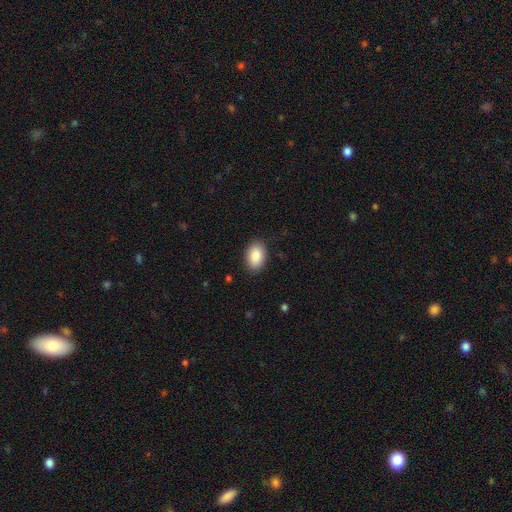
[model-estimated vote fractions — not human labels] A smooth galaxy with no disk features (87%) that is in between round and cigar-shaped (89%).

Vote fractions:
- Smooth or featured? smooth: 87% / star or artifact: 7% / featured or disk: 6%
- How rounded? in between: 89% / round: 10% / cigar-shaped: 1%
- Merging? none: 87% / minor disturbance: 10% / major disturbance: 2% / merger: 1%